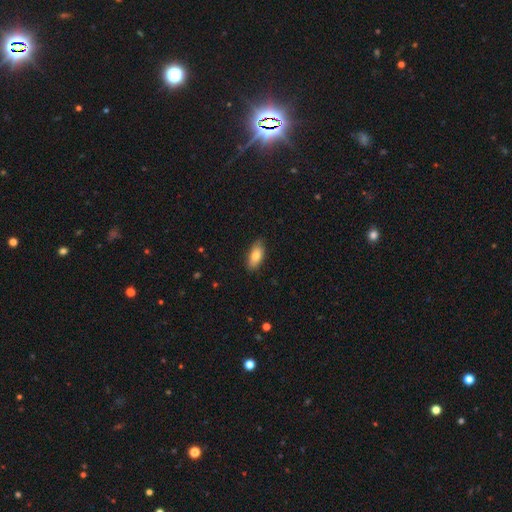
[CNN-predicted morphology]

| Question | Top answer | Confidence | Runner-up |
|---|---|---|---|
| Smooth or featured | smooth | 79% | featured or disk (14%) |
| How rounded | in between | 89% | cigar-shaped (9%) |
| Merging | none | 82% | minor disturbance (15%) |